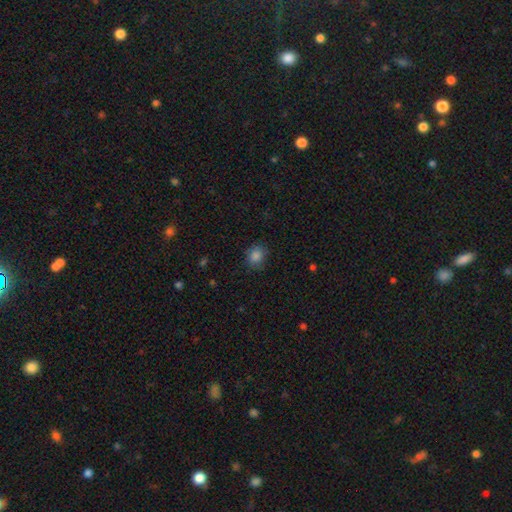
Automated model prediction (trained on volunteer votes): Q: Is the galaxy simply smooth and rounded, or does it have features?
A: smooth — 85%.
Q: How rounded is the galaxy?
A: round — 68%.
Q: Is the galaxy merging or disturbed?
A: none — 81%.